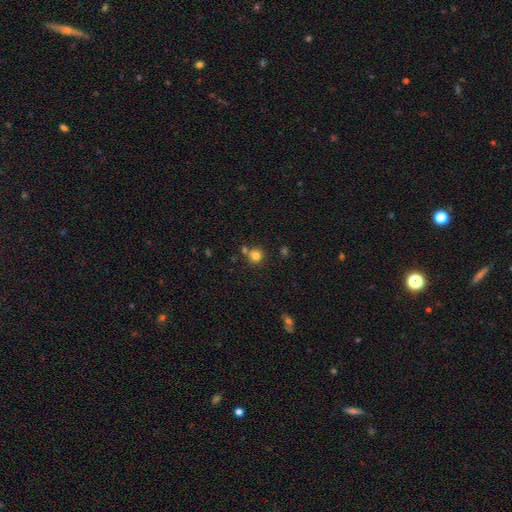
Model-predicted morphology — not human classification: A smooth galaxy with no disk features (79%) that is round (90%).

Vote fractions:
- Smooth or featured? smooth: 79% / star or artifact: 14% / featured or disk: 7%
- How rounded? round: 90% / in between: 9% / cigar-shaped: 1%
- Merging? none: 66% / merger: 21% / minor disturbance: 10% / major disturbance: 3%